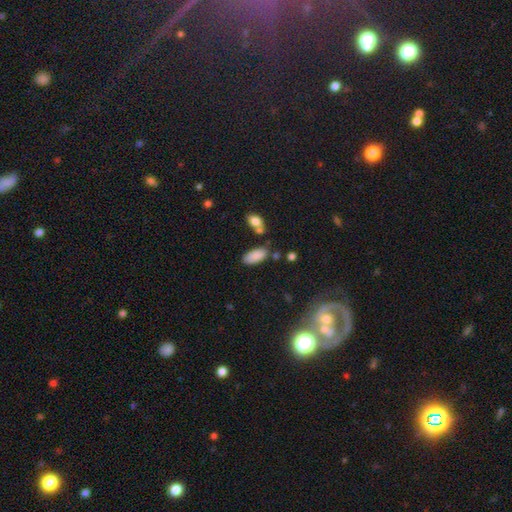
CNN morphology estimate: This is clearly a smooth galaxy (86%). How rounded: clearly in between (88%). Merging: likely none (71%).